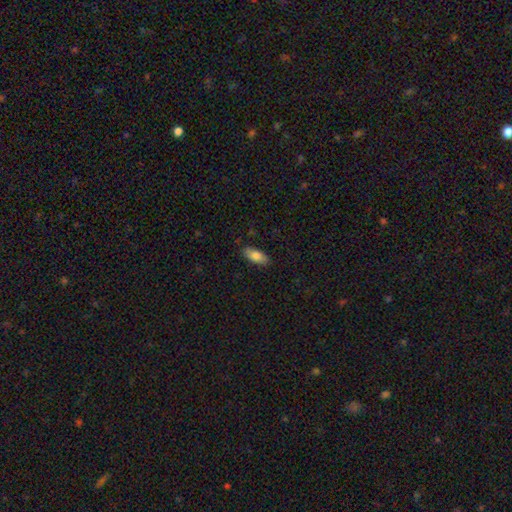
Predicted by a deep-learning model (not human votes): Smooth or featured: smooth — 82% (featured or disk — 11%)
How rounded: in between — 84% (cigar-shaped — 14%)
Merging: none — 85% (minor disturbance — 11%)